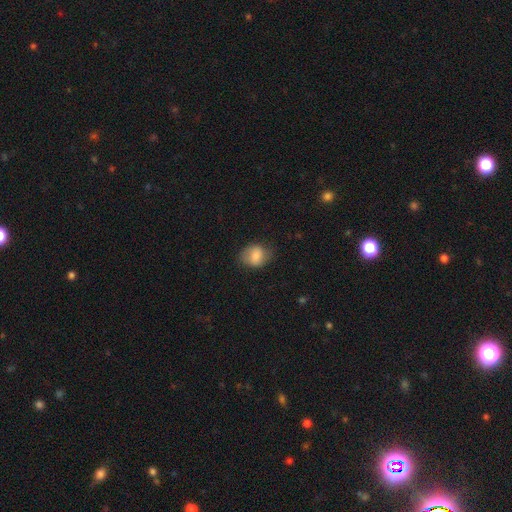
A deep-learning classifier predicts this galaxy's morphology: smooth_or_featured: smooth (p=0.78) [alt: featured or disk p=0.14]
how_rounded: in between (p=0.52) [alt: round p=0.47]
merging: none (p=0.70) [alt: minor disturbance p=0.22]